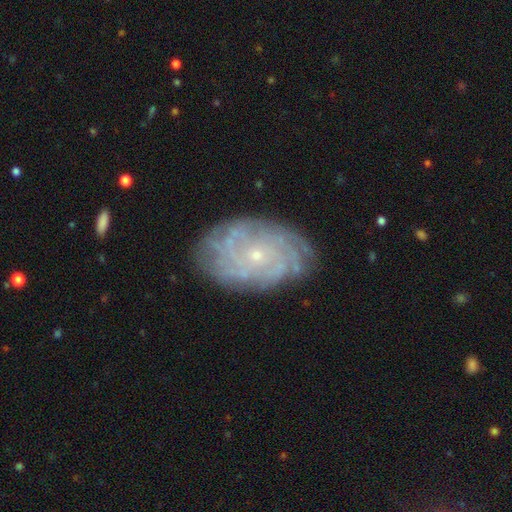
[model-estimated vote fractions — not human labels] Smooth or featured: featured or disk — 82% (smooth — 11%)
Edge-on disk: no — 96% (yes — 4%)
Bar: no — 82% (weak — 15%)
Spiral arms: yes — 93% (no — 7%)
Spiral winding: tight — 77% (medium — 18%)
Spiral arm count: can't tell — 36% (more than 4 — 25%)
Bulge size: small — 84% (moderate — 12%)
Merging: none — 82% (minor disturbance — 13%)